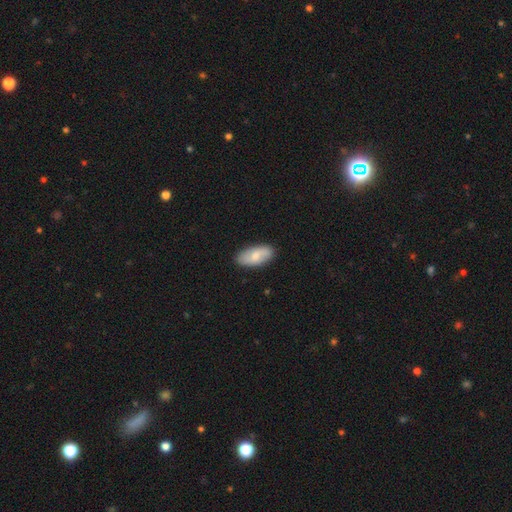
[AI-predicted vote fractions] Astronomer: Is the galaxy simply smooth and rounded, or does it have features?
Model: smooth — 68%.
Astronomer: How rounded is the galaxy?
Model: in between — 91%.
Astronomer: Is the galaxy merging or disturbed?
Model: none — 85%.